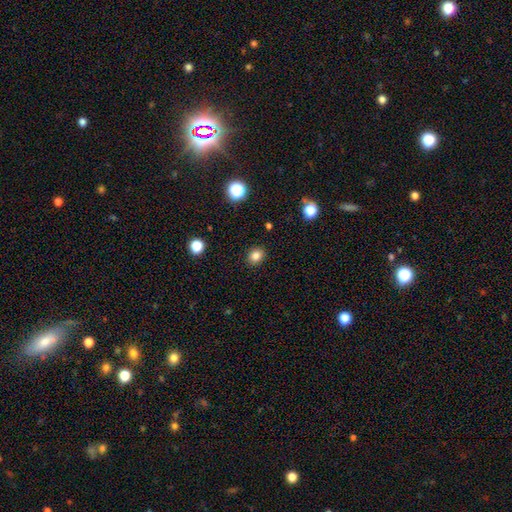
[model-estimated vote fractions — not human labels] smooth-or-featured: smooth: 83% | star or artifact: 12% | featured or disk: 5%
  how-rounded: round: 60% | in between: 40% | cigar-shaped: 1%
  merging: none: 90% | minor disturbance: 7% | major disturbance: 2% | merger: 1%